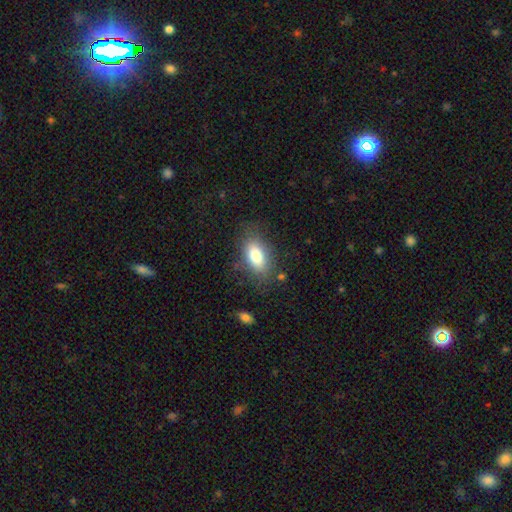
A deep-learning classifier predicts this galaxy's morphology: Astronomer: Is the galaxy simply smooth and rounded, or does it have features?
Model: smooth — 80%.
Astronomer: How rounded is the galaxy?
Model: in between — 89%.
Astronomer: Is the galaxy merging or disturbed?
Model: none — 76%.